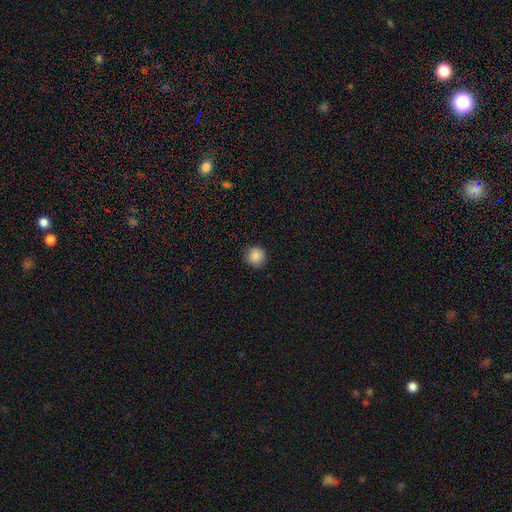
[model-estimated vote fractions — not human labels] Smooth or featured: smooth — 88% (star or artifact — 9%)
How rounded: round — 94% (in between — 5%)
Merging: none — 90% (minor disturbance — 7%)